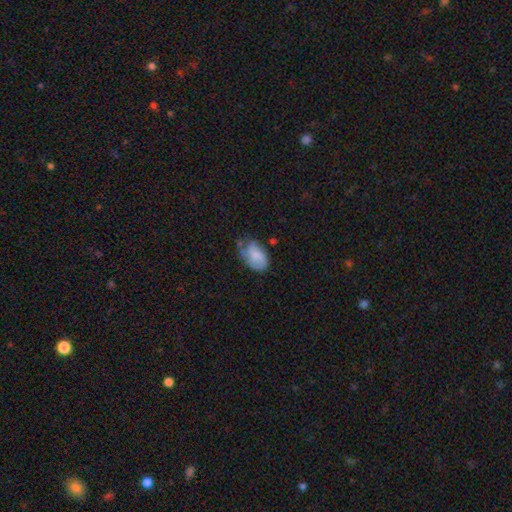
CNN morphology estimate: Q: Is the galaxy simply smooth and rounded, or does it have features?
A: smooth — 59%.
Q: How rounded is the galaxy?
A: in between — 88%.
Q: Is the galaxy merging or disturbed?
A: none — 43%.